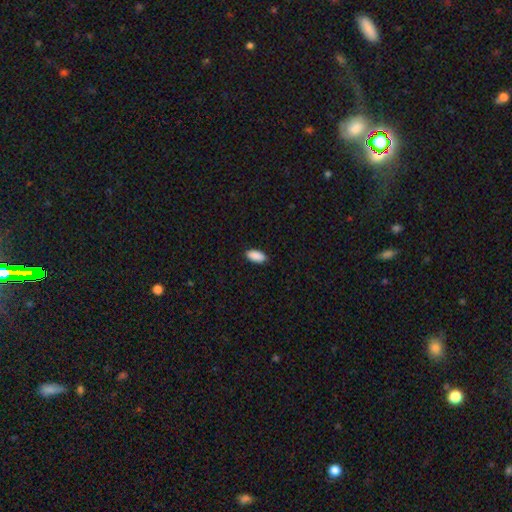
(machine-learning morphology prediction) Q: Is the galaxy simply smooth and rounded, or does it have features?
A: smooth — 91%.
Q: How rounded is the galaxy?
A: in between — 92%.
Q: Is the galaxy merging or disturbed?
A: none — 90%.